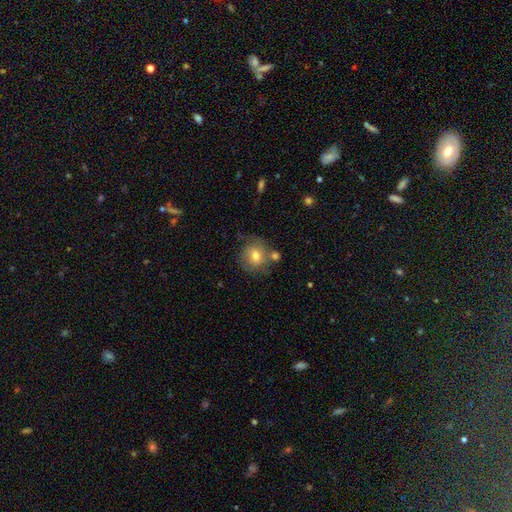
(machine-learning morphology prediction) This is likely a smooth galaxy (72%). How rounded: clearly round (86%). Merging: likely none (66%).